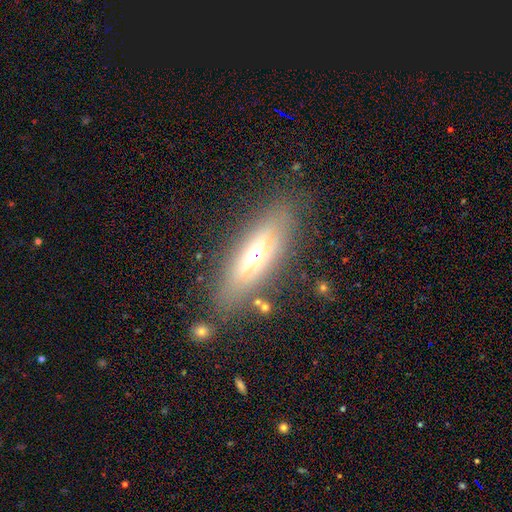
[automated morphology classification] smooth-or-featured: featured or disk: 53% | smooth: 35% | star or artifact: 12%
  disk-edge-on: yes: 77% | no: 23%
  merging: none: 79% | minor disturbance: 12% | major disturbance: 7% | merger: 3%